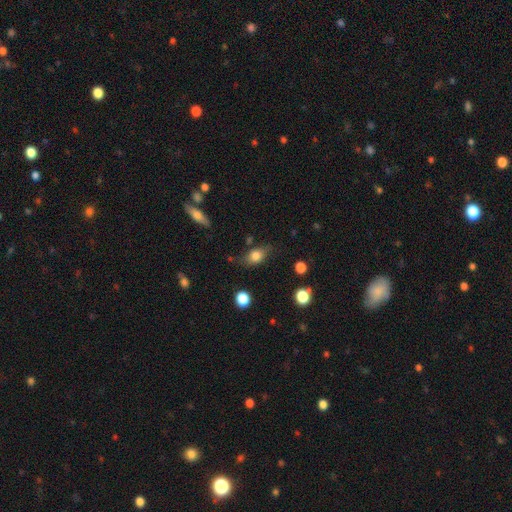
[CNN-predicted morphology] Overall: smooth (75%). How rounded: in between (76%). Merging: none (68%).